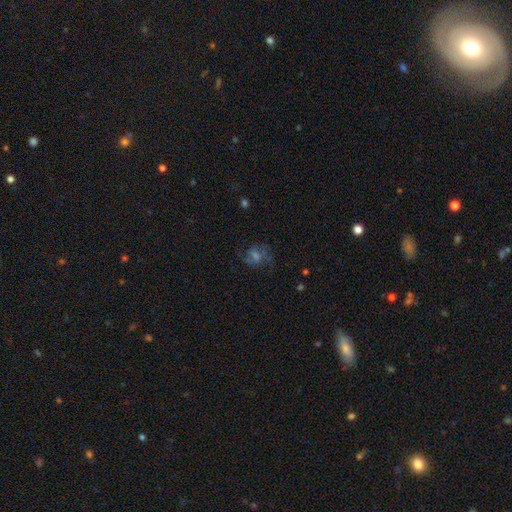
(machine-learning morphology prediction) featured or disk 55%, smooth 23%, star or artifact 22%. Down the decision tree: edge-on disk — no (97%); bar — no (49%); spiral arms — yes (83%); bulge size — small (37%); merging — none (64%).